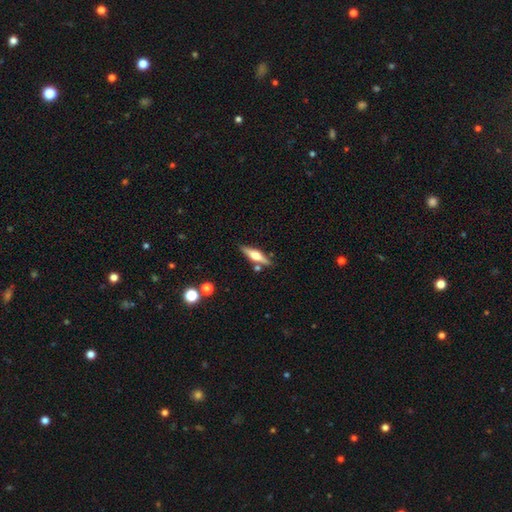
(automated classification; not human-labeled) Q: Smooth or featured?
A: featured or disk (60%); runner-up: smooth (34%)
Q: Edge-on disk?
A: yes (95%); runner-up: no (5%)
Q: Edge-on bulge?
A: rounded (91%); runner-up: boxy (6%)
Q: Merging?
A: none (81%); runner-up: minor disturbance (10%)